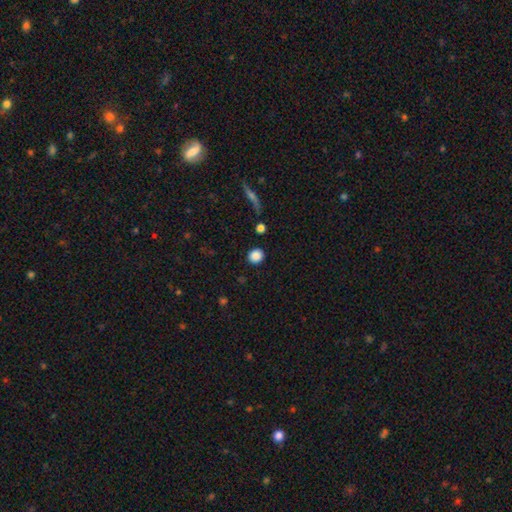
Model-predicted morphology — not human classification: Smooth or featured: smooth — 87% (star or artifact — 9%)
How rounded: round — 86% (in between — 12%)
Merging: none — 89% (minor disturbance — 6%)